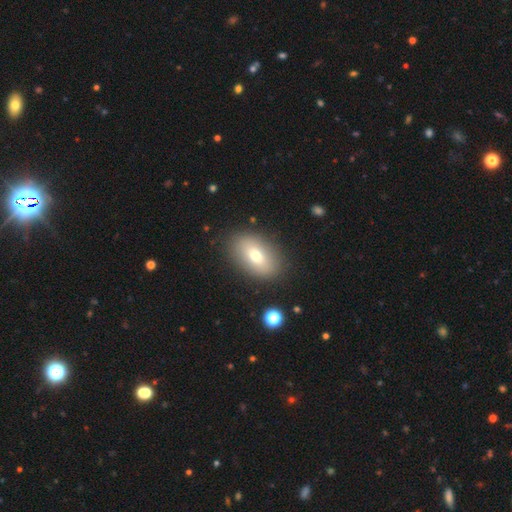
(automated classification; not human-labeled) The model was most divided on "smooth or featured": smooth: 72%, featured or disk: 19%, star or artifact: 9%. More confident: how rounded — in between (88%); merging — none (87%).